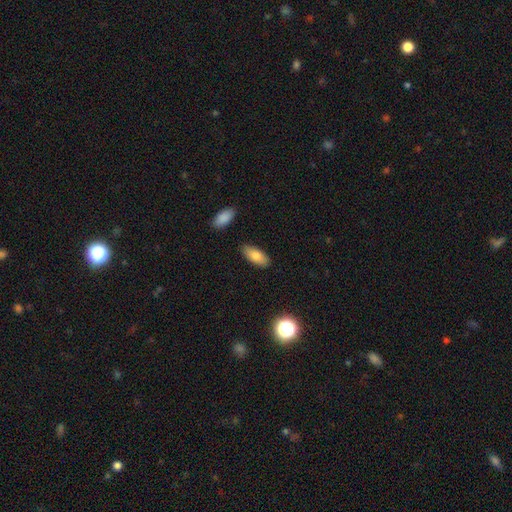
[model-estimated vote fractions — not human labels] This appears to be a smooth galaxy with no disk features (80%) that is in between round and cigar-shaped (87%). Merging: none (86%).